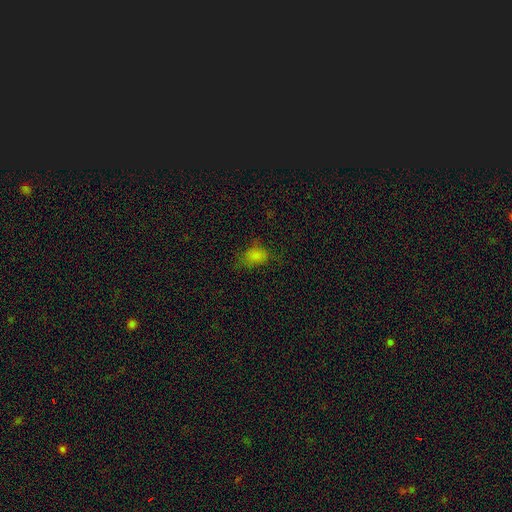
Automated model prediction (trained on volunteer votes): Smooth or featured? Predicted: smooth (p=0.77). How rounded? Predicted: in between (p=0.75). Merging? Predicted: none (p=0.58).